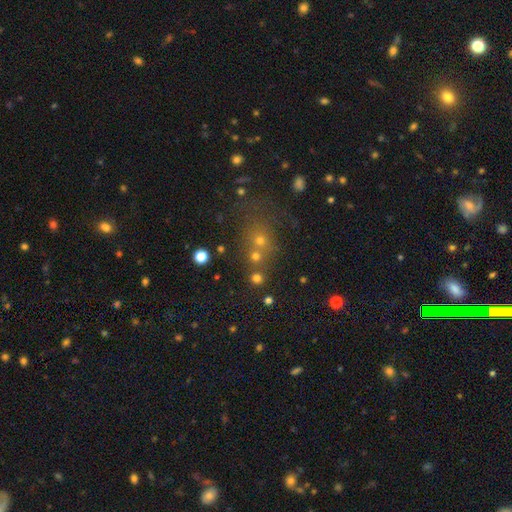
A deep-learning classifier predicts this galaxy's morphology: smooth 48%, star or artifact 40%, featured or disk 12%. Down the decision tree: merging — none (55%).